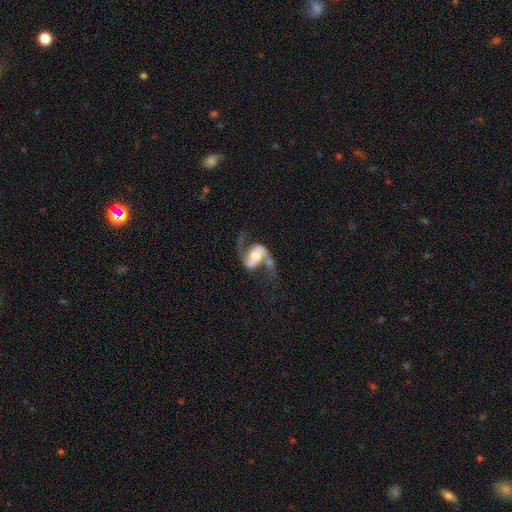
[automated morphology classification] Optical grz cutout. It shows a featured or disk galaxy (87%) with a weak bar (35%), 2 (93%) loose (67%) spiral arms (95%) and a moderate central bulge (47%). Merging: none (58%).